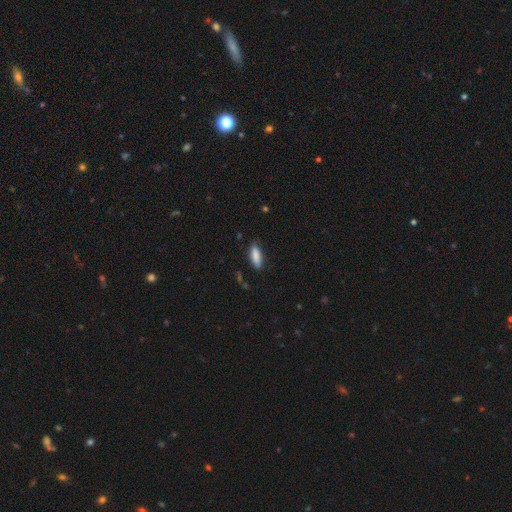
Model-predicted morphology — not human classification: smooth_or_featured: smooth (p=0.86) [alt: featured or disk p=0.08]
how_rounded: in between (p=0.58) [alt: cigar-shaped p=0.40]
merging: none (p=0.80) [alt: minor disturbance p=0.16]